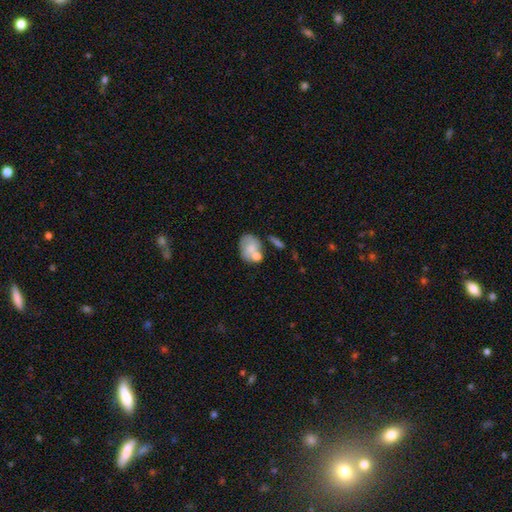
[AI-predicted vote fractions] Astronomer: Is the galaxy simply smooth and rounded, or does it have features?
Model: smooth — 67%.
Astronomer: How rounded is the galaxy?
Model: in between — 62%.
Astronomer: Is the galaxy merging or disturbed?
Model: none — 39% (runner-up: merger, 35%).